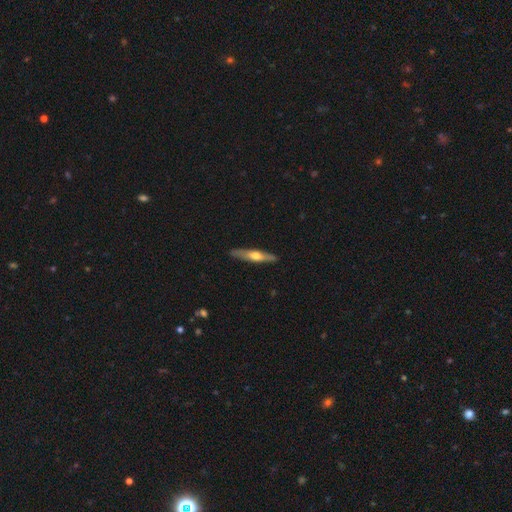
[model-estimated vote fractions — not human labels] smooth-or-featured: featured or disk: 55% | smooth: 40% | star or artifact: 5%
  disk-edge-on: yes: 91% | no: 9%
    edge-on-bulge: rounded: 89% | none: 7% | boxy: 4%
  merging: none: 88% | minor disturbance: 9% | major disturbance: 2% | merger: 1%